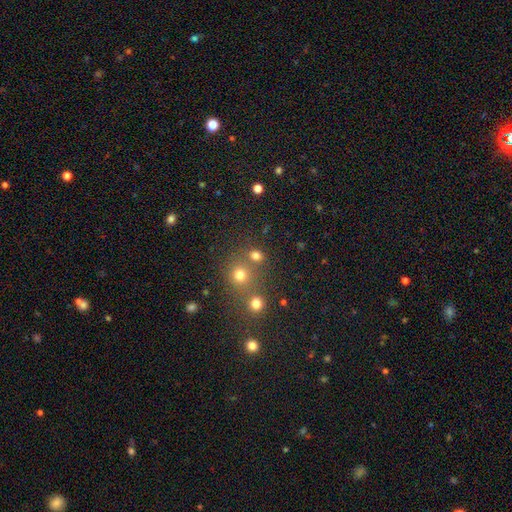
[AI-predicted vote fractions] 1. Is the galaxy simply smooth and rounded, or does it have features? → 75% smooth, 18% star or artifact, 7% featured or disk.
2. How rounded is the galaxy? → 80% round, 19% in between, 1% cigar-shaped.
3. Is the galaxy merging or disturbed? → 65% none, 23% merger, 8% minor disturbance, 4% major disturbance.